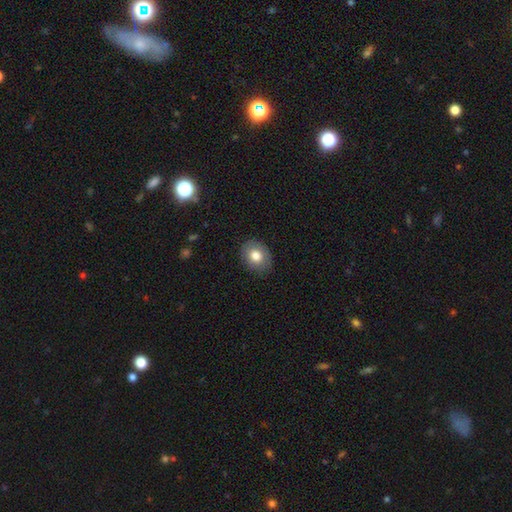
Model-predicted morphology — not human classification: A smooth galaxy with no disk features (78%) that is in between round and cigar-shaped (52%). Merging: none (86%).